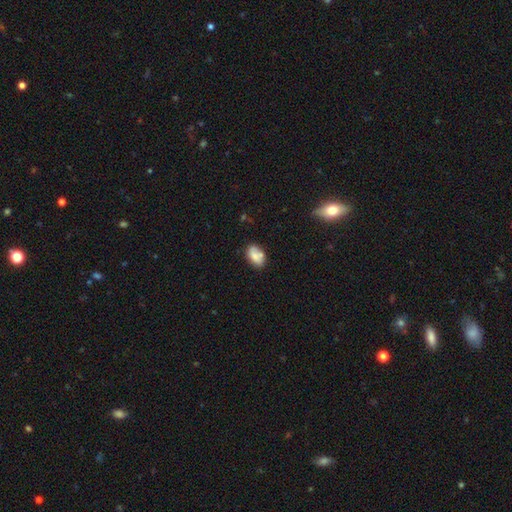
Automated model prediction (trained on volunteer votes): Smooth or featured?
  - smooth: 76% *
  - featured or disk: 16%
  - star or artifact: 8%
How rounded?
  - in between: 90% *
  - round: 8%
  - cigar-shaped: 2%
Merging?
  - none: 61% *
  - minor disturbance: 22%
  - merger: 12%
  - major disturbance: 5%